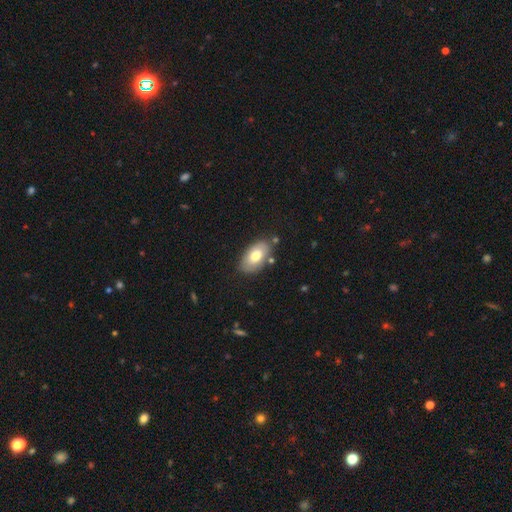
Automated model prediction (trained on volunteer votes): This is likely a smooth galaxy (72%). How rounded: clearly in between (94%). Merging: likely none (78%).